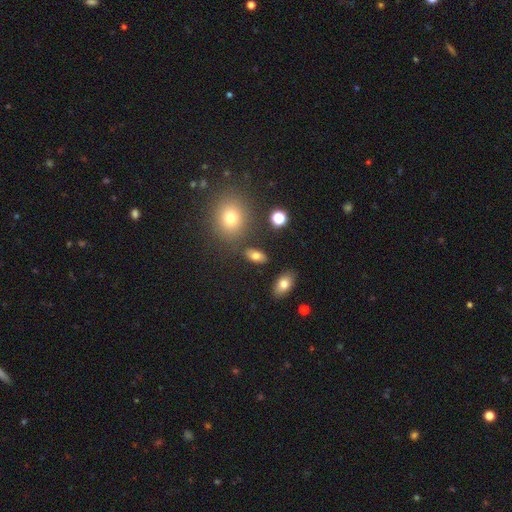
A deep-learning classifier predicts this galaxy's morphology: smooth 74%, featured or disk 13%, star or artifact 13%. Down the decision tree: how rounded — in between (87%); merging — none (81%).